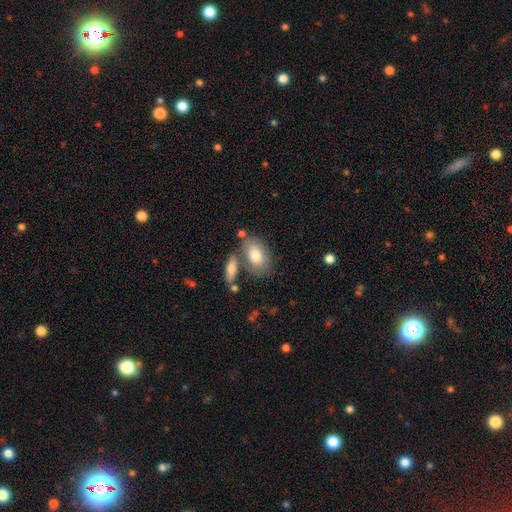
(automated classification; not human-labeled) The model was most divided on "merging": none: 57%, merger: 23%, minor disturbance: 15%, major disturbance: 5%. More confident: how rounded — in between (90%); smooth or featured — smooth (75%).